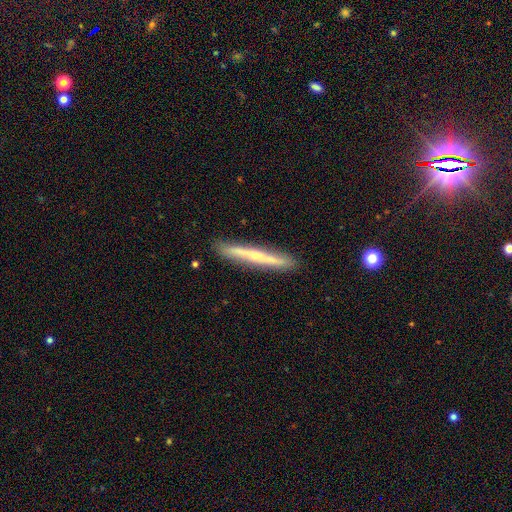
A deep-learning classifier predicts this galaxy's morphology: Overall: featured or disk (63%; smooth 32%). Edge-on disk: yes (92%). Edge-on bulge: rounded (72%). Merging: none (89%).